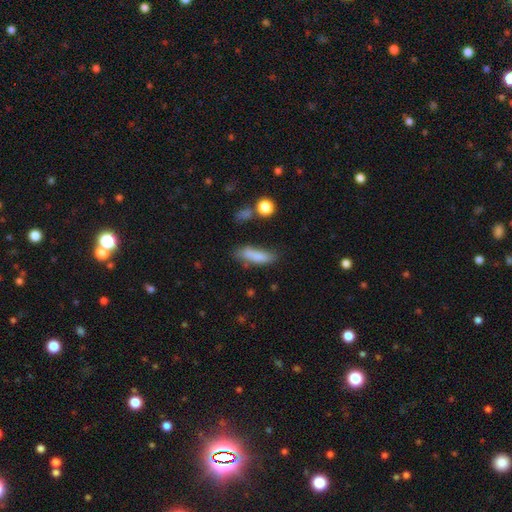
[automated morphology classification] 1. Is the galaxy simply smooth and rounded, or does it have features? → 80% smooth, 11% featured or disk, 8% star or artifact.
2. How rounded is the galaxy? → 58% cigar-shaped, 40% in between, 2% round.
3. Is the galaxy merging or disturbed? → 60% none, 24% minor disturbance, 9% major disturbance, 7% merger.